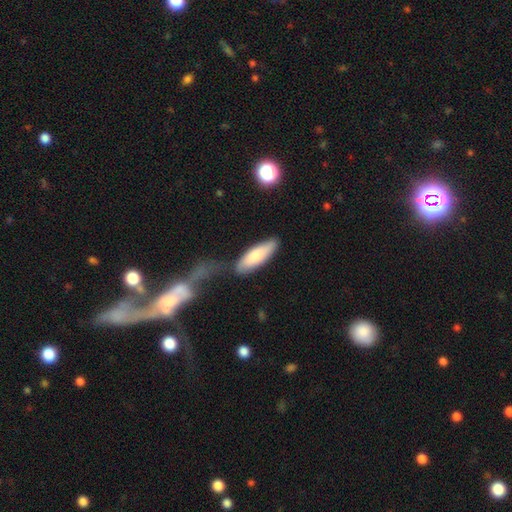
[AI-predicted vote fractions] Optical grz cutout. It shows a smooth galaxy with no disk features (78%) that is in between round and cigar-shaped (53%). Merging: none (70%).